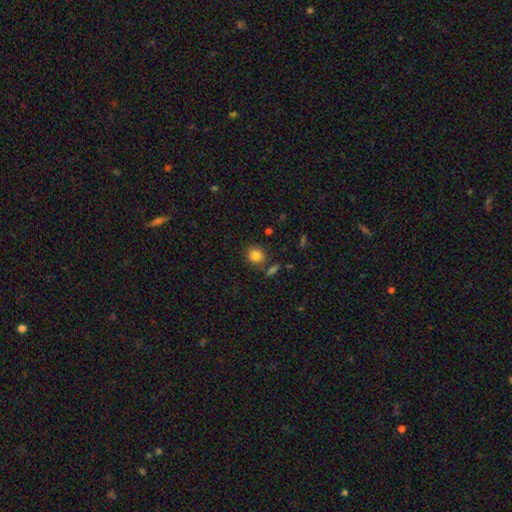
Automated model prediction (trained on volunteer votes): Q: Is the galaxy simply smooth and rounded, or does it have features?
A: smooth — 84%.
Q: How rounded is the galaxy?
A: round — 80%.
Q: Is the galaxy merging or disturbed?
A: none — 77%.